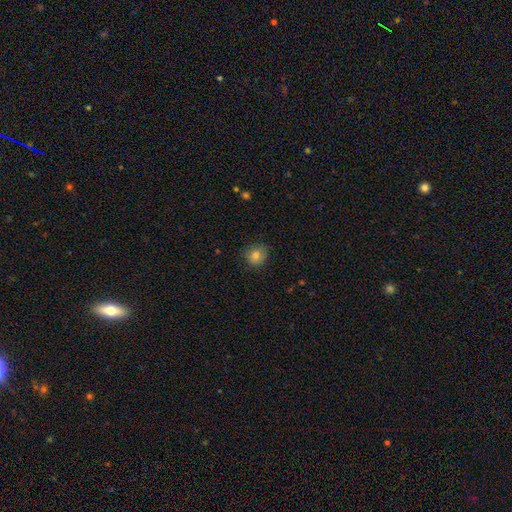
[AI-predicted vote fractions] Morphology: type=smooth (81%); roundness=round (81%); merging=none (79%).